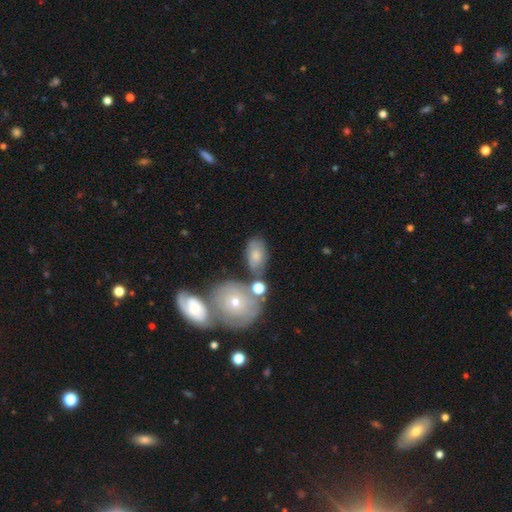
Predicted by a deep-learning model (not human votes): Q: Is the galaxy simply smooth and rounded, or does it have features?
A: smooth — 59%.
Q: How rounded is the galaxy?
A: in between — 87%.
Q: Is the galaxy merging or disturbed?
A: none — 48%.